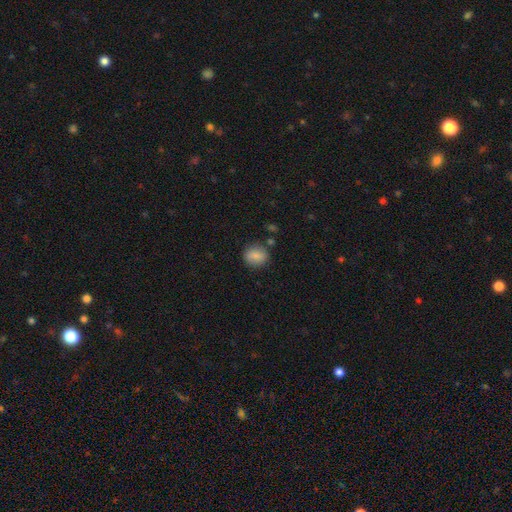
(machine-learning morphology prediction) smooth-or-featured: smooth: 82% | featured or disk: 9% | star or artifact: 9%
  how-rounded: round: 75% | in between: 24% | cigar-shaped: 1%
  merging: none: 81% | minor disturbance: 11% | merger: 4% | major disturbance: 3%